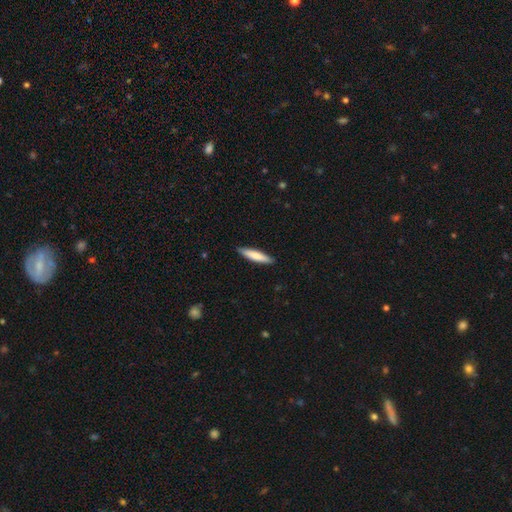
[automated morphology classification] The model was most divided on "smooth or featured": smooth: 76%, featured or disk: 19%, star or artifact: 5%. More confident: merging — none (89%); how rounded — cigar-shaped (84%).